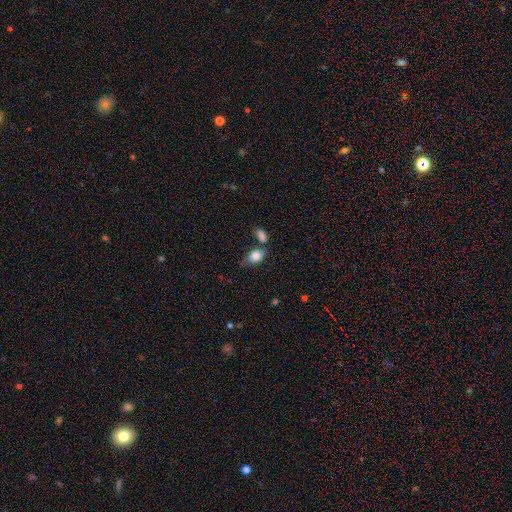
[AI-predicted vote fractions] smooth_or_featured: smooth (p=0.82) [alt: featured or disk p=0.10]
how_rounded: in between (p=0.83) [alt: round p=0.15]
merging: none (p=0.51) [alt: minor disturbance p=0.23]